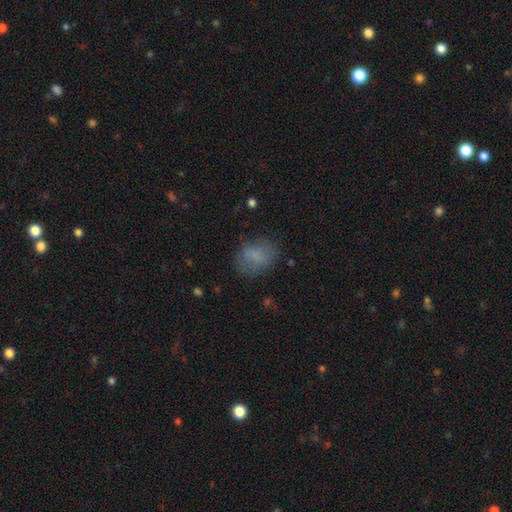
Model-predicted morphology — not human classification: smooth-or-featured: smooth: 72% | featured or disk: 16% | star or artifact: 11%
  how-rounded: in between: 62% | round: 37% | cigar-shaped: 2%
  merging: none: 67% | minor disturbance: 21% | major disturbance: 10% | merger: 2%